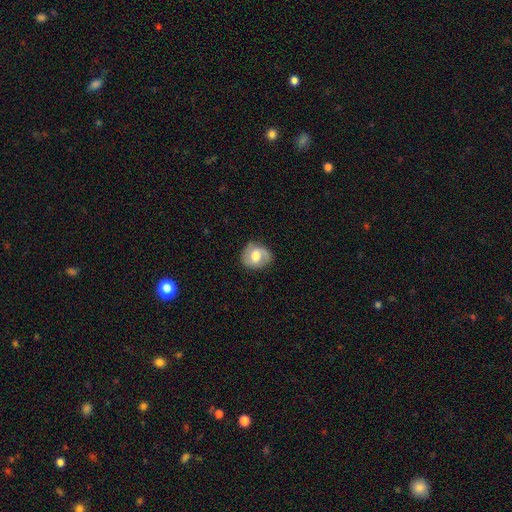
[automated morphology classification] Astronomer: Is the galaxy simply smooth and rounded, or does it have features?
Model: featured or disk — 46%, tied with smooth at 46%.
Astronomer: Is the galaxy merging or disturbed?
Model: none — 74%.